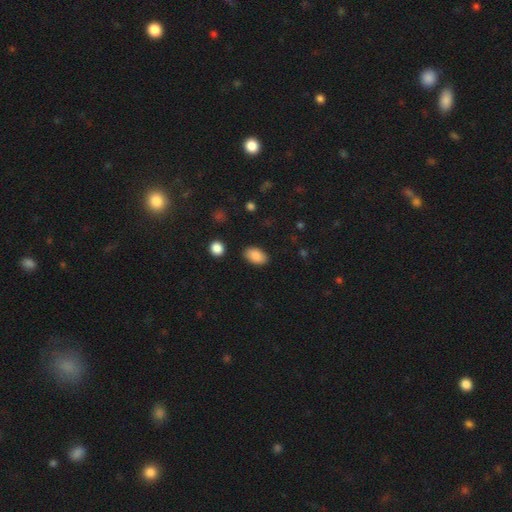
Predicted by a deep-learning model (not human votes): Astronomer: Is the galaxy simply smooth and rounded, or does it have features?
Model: smooth — 88%.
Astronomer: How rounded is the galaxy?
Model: in between — 92%.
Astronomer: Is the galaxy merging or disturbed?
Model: none — 86%.